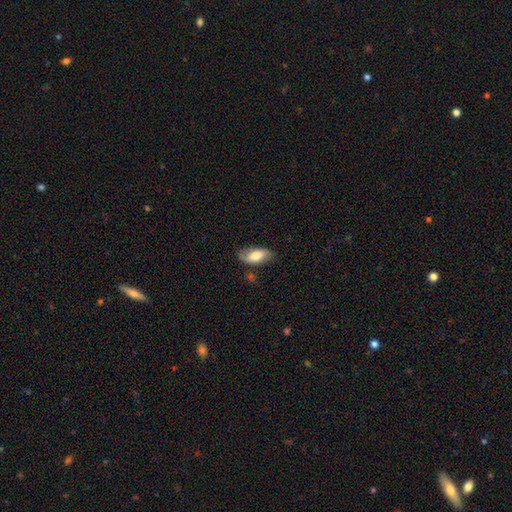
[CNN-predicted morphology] A smooth galaxy with no disk features (63%) that is in between round and cigar-shaped (90%). Merging: none (67%).